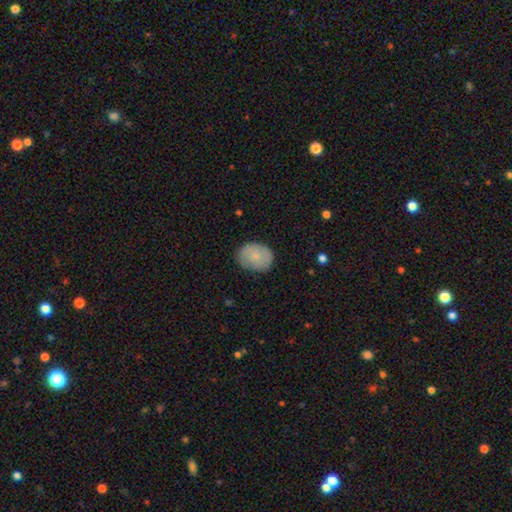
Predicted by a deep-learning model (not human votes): Smooth or featured: smooth — 78% (featured or disk — 15%)
How rounded: in between — 55% (round — 44%)
Merging: none — 79% (minor disturbance — 17%)